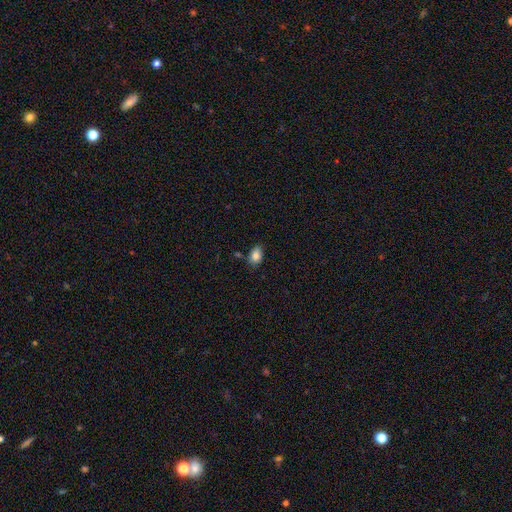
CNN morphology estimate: A smooth galaxy with no disk features (85%) that is in between round and cigar-shaped (86%). Merging: none (73%).